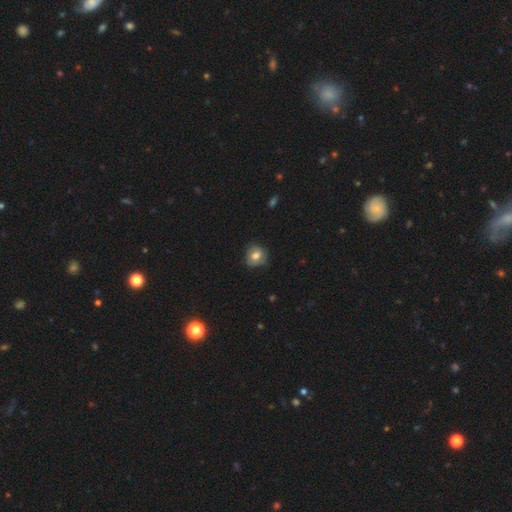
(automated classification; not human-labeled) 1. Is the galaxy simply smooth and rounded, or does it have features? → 73% smooth, 18% featured or disk, 10% star or artifact.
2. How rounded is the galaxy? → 74% round, 25% in between, 1% cigar-shaped.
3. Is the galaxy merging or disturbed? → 70% none, 23% minor disturbance, 6% major disturbance, 1% merger.